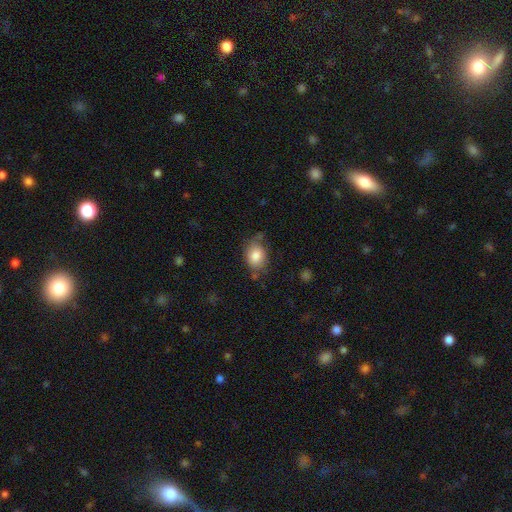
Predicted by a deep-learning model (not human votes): The model was most divided on "merging": none: 59%, minor disturbance: 28%, major disturbance: 8%, merger: 4%. More confident: smooth or featured — smooth (83%); how rounded — in between (68%).